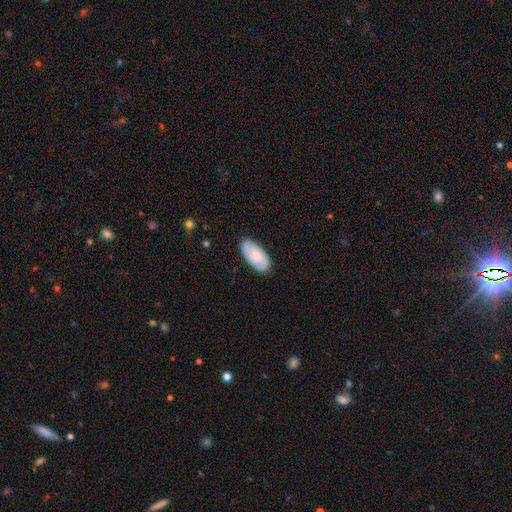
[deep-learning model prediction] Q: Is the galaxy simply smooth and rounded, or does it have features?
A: smooth — 57%.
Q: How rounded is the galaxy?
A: in between — 93%.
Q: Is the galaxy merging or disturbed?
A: none — 82%.